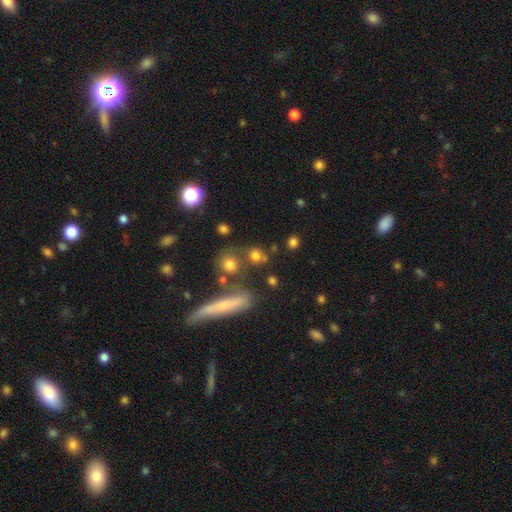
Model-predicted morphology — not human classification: Overall: smooth (73%). How rounded: round (73%). Merging: none (60%; merger 21%).